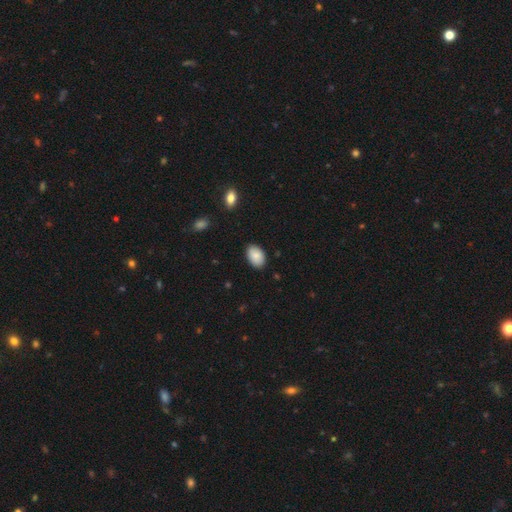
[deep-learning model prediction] A smooth galaxy with no disk features (88%) that is in between round and cigar-shaped (90%). Merging: none (87%).